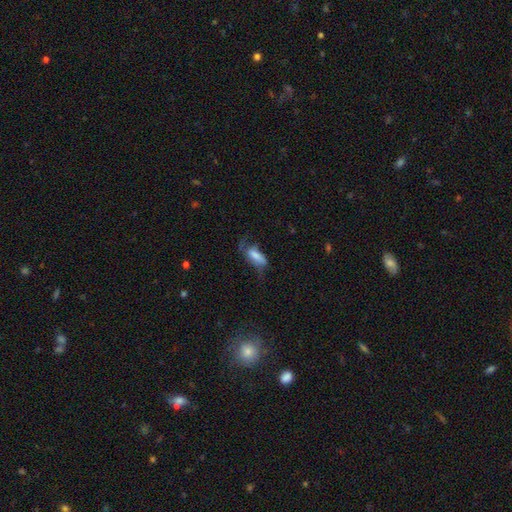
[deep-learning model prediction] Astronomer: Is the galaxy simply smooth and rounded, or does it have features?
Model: smooth — 63%.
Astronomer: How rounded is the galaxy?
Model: in between — 80%.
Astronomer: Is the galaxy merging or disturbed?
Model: major disturbance — 35%, tied with none at 35%.